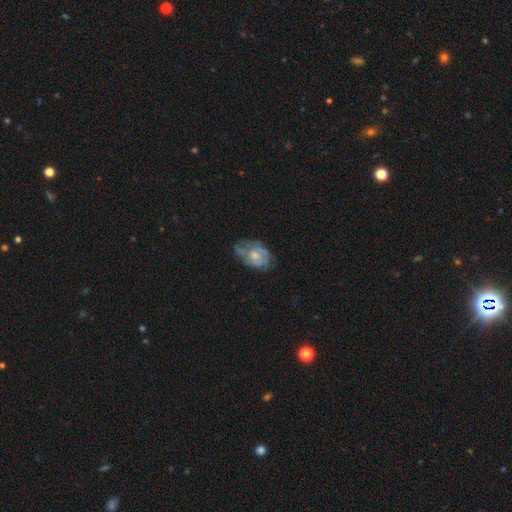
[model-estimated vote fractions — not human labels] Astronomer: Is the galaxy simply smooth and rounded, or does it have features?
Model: featured or disk — 62%.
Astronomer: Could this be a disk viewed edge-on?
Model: no — 96%.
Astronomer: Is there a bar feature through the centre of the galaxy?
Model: no — 81%.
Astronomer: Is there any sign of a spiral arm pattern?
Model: yes — 59% (runner-up: no, 41%).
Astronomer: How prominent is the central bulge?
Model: moderate — 55% (runner-up: small, 31%).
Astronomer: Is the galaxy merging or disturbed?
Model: none — 49% (runner-up: minor disturbance, 30%).